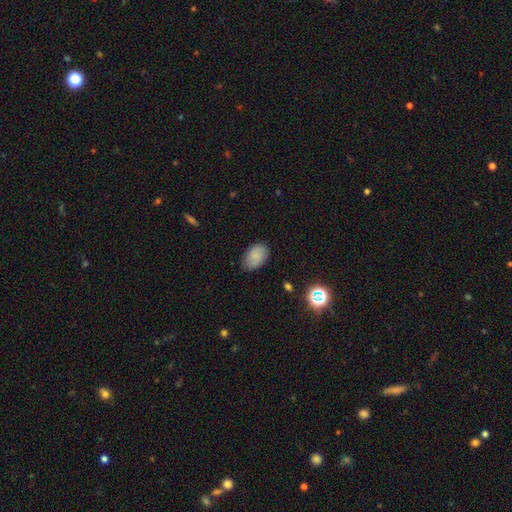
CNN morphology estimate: smooth 82%, star or artifact 9%, featured or disk 9%. Down the decision tree: how rounded — in between (88%); merging — none (76%).